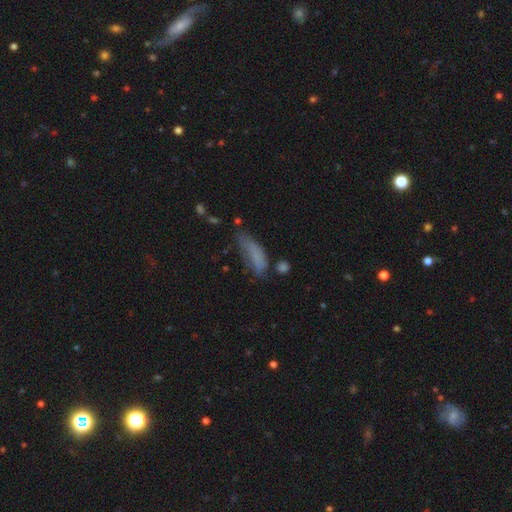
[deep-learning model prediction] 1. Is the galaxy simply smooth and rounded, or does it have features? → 69% smooth, 18% featured or disk, 13% star or artifact.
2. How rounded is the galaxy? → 52% in between, 45% cigar-shaped, 3% round.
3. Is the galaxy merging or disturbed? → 36% none, 31% minor disturbance, 26% major disturbance, 7% merger.